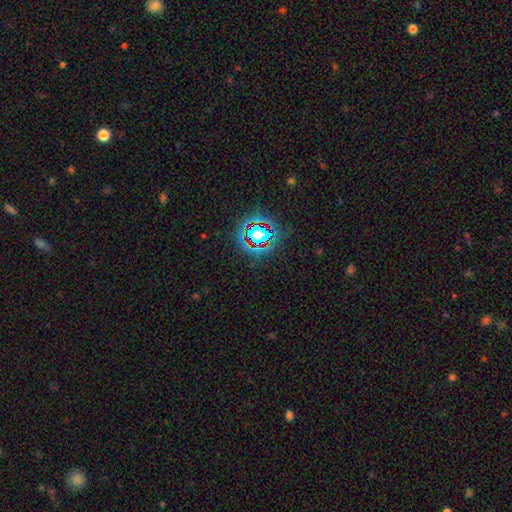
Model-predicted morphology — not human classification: The model was most divided on "smooth or featured": star or artifact: 79%, smooth: 12%, featured or disk: 9%.